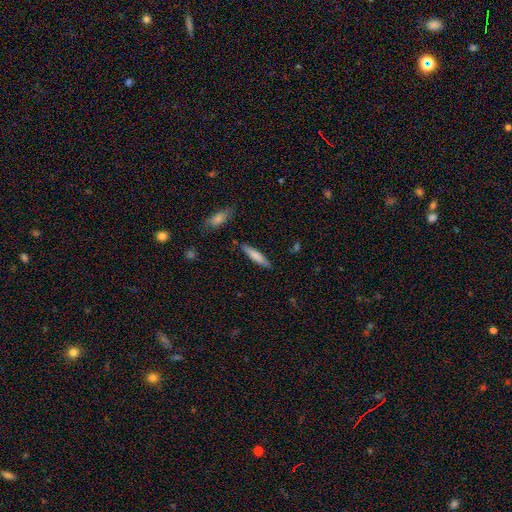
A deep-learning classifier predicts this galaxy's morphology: smooth-or-featured: smooth: 76% | featured or disk: 18% | star or artifact: 6%
  how-rounded: cigar-shaped: 82% | in between: 16% | round: 1%
  merging: none: 84% | minor disturbance: 11% | merger: 2% | major disturbance: 2%